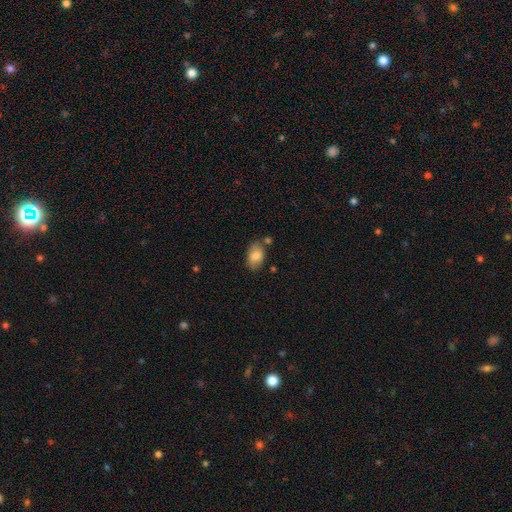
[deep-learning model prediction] smooth-or-featured: smooth: 83% | featured or disk: 10% | star or artifact: 7%
  how-rounded: in between: 90% | round: 8% | cigar-shaped: 1%
  merging: none: 71% | minor disturbance: 17% | merger: 9% | major disturbance: 4%